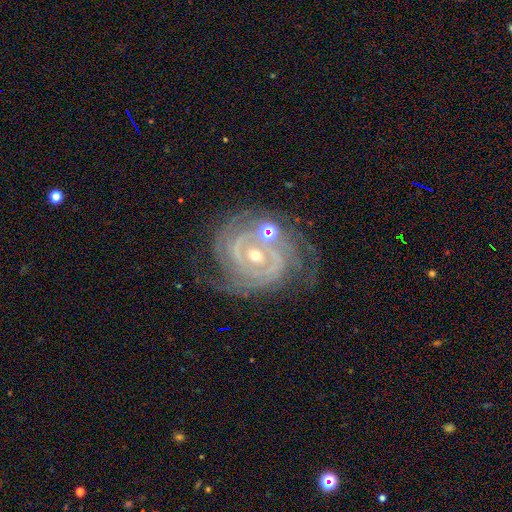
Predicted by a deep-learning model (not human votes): Q: Smooth or featured?
A: featured or disk (90%); runner-up: star or artifact (7%)
Q: Edge-on disk?
A: no (97%); runner-up: yes (3%)
Q: Bar?
A: no (59%); runner-up: weak (26%)
Q: Spiral arms?
A: yes (98%); runner-up: no (2%)
Q: Spiral winding?
A: tight (77%); runner-up: medium (20%)
Q: Spiral arm count?
A: 2 (35%); runner-up: 3 (25%)
Q: Bulge size?
A: small (58%); runner-up: moderate (39%)
Q: Merging?
A: none (66%); runner-up: minor disturbance (19%)